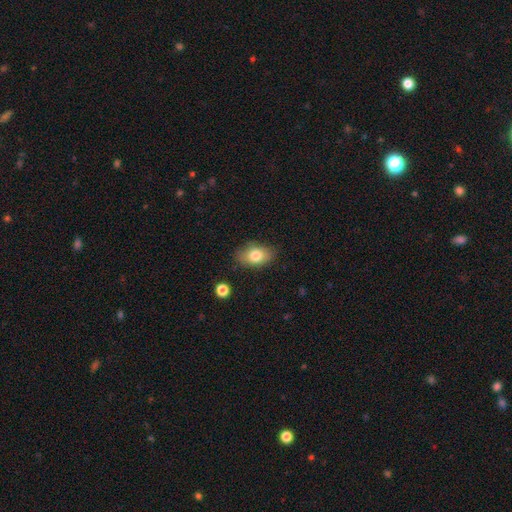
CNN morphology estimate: smooth_or_featured: smooth (p=0.79) [alt: featured or disk p=0.13]
how_rounded: in between (p=0.86) [alt: round p=0.12]
merging: none (p=0.79) [alt: minor disturbance p=0.16]